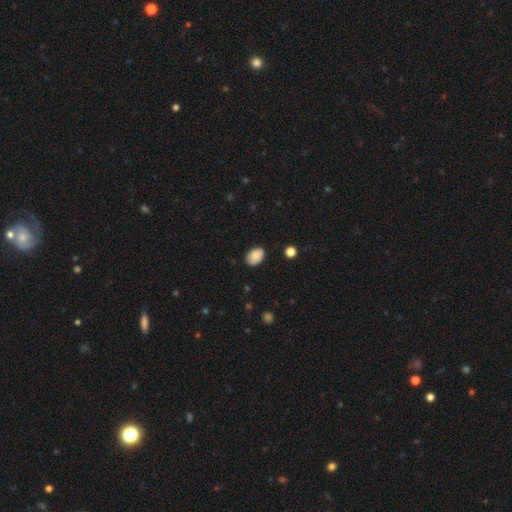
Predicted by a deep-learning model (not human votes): Q: Smooth or featured?
A: smooth (87%); runner-up: star or artifact (8%)
Q: How rounded?
A: in between (80%); runner-up: round (19%)
Q: Merging?
A: none (80%); runner-up: minor disturbance (16%)